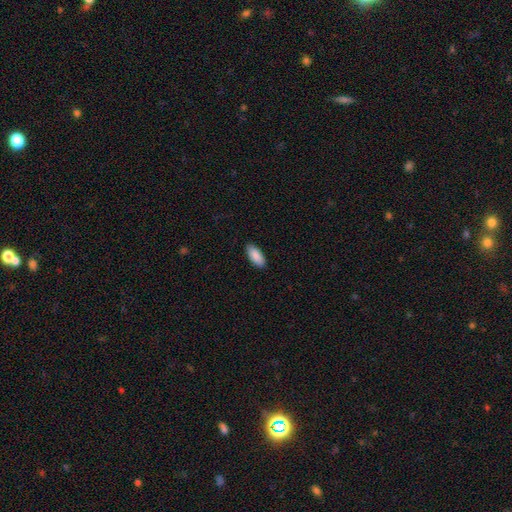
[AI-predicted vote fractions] Morphology: type=smooth (90%); roundness=in between (87%); merging=none (90%).